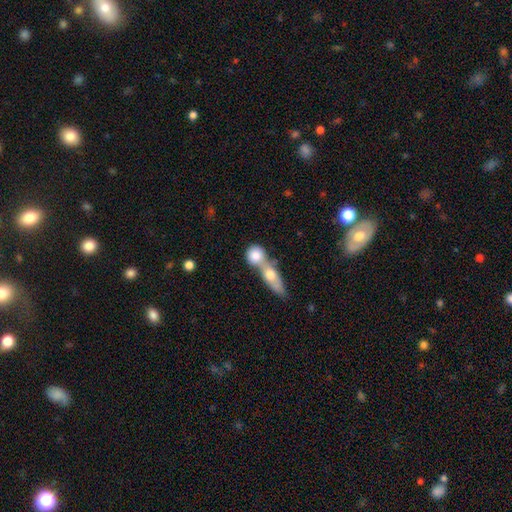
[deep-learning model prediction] smooth 75%, featured or disk 18%, star or artifact 7%. Down the decision tree: how rounded — round (67%); merging — merger (65%).